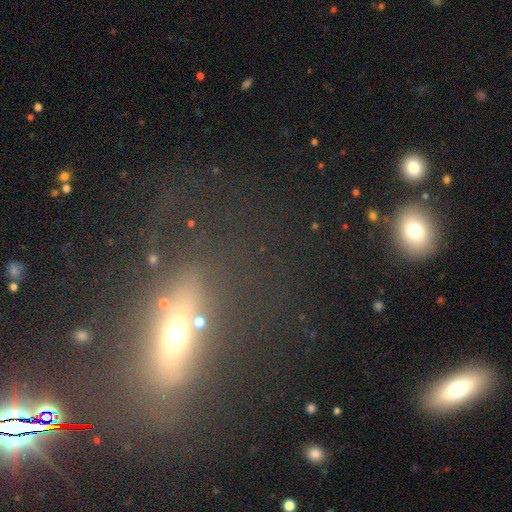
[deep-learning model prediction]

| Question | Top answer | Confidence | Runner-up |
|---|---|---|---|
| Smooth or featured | smooth | 38% | featured or disk (36%) |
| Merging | none | 55% | major disturbance (19%) |